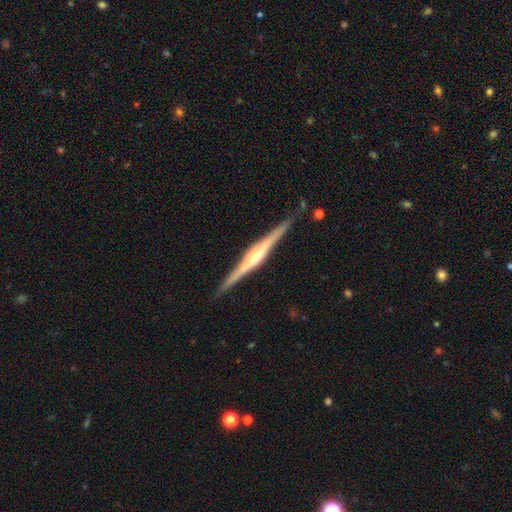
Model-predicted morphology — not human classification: A featured or disk galaxy (85%) viewed edge-on (98%) with a rounded central bulge (66%).

Vote fractions:
- Smooth or featured? featured or disk: 85% / smooth: 10% / star or artifact: 5%
- Edge-on disk? yes: 98% / no: 2%
- Edge-on bulge? rounded: 66% / boxy: 23% / none: 11%
- Merging? none: 91% / minor disturbance: 7% / major disturbance: 1% / merger: 1%